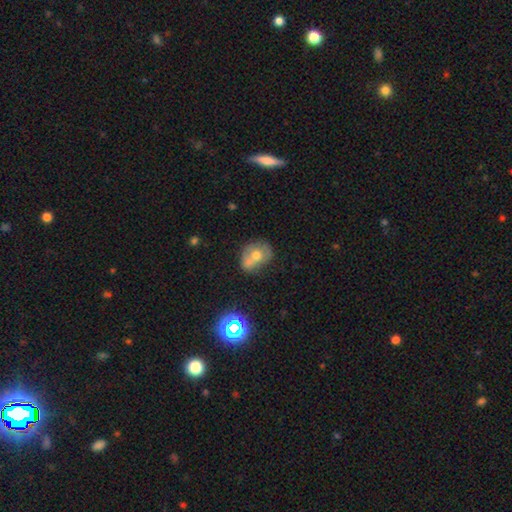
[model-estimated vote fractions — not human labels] smooth 58%, featured or disk 30%, star or artifact 12%. Down the decision tree: how rounded — round (58%); merging — merger (43%).